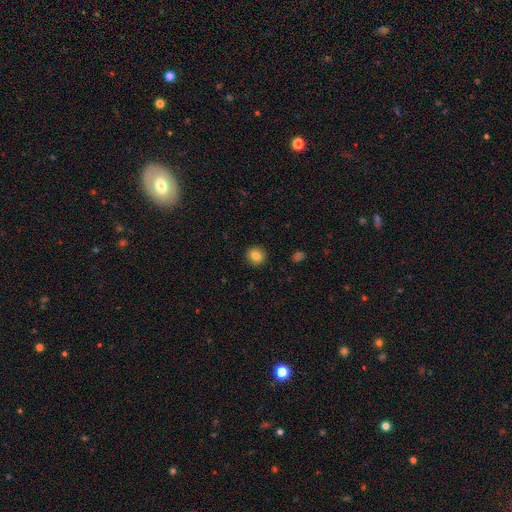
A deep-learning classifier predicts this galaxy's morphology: A smooth galaxy with no disk features (84%) that is round (89%).

Vote fractions:
- Smooth or featured? smooth: 84% / star or artifact: 10% / featured or disk: 6%
- How rounded? round: 89% / in between: 10% / cigar-shaped: 1%
- Merging? none: 92% / minor disturbance: 5% / major disturbance: 2% / merger: 1%